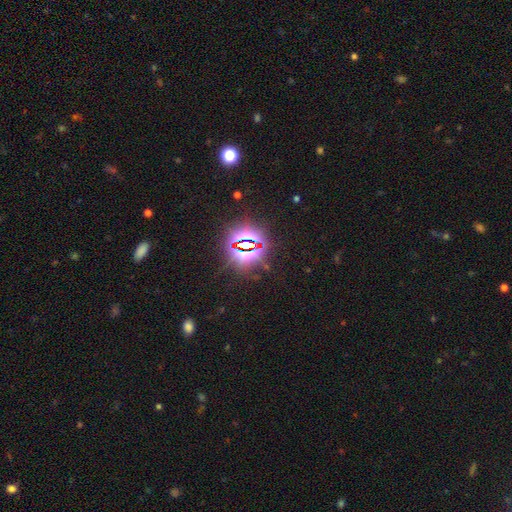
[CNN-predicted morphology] Overall: star or artifact (81%).